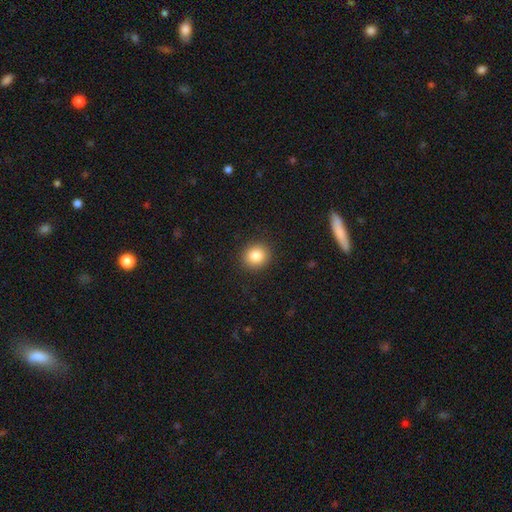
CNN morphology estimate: This is clearly a smooth galaxy (85%). How rounded: clearly round (85%). Merging: clearly none (91%).